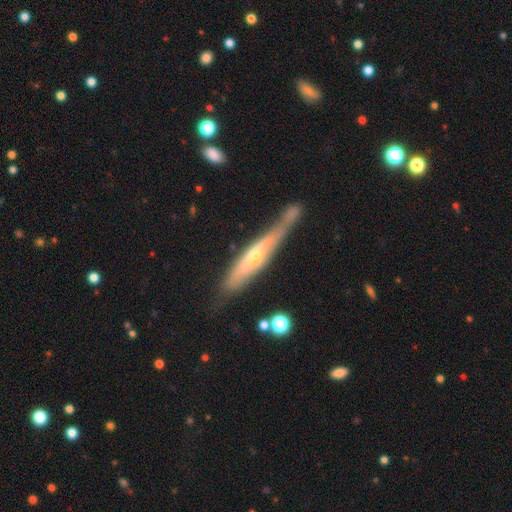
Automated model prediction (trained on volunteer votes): The model was most divided on "merging": none: 58%, minor disturbance: 25%, merger: 9%, major disturbance: 8%. More confident: edge-on disk — yes (82%); edge-on bulge — rounded (67%); smooth or featured — featured or disk (65%).